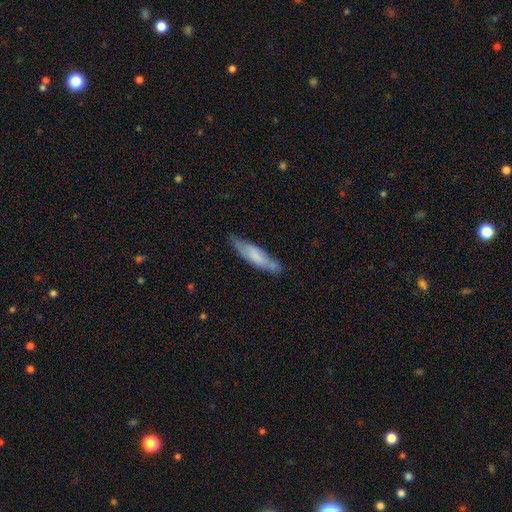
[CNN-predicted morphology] Smooth or featured: smooth — 61% (featured or disk — 32%)
How rounded: cigar-shaped — 74% (in between — 25%)
Merging: none — 68% (minor disturbance — 24%)